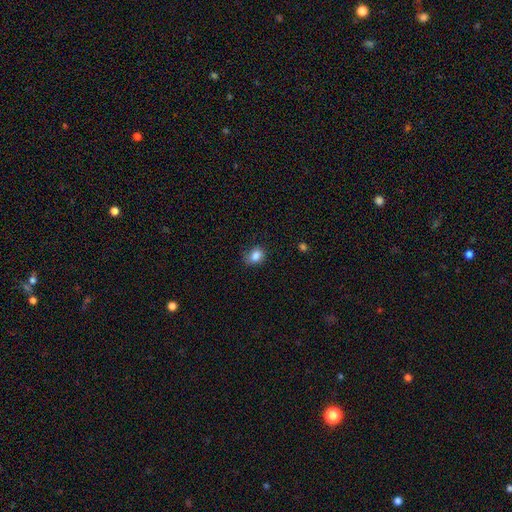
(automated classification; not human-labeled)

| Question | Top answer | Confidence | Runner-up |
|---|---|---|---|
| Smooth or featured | smooth | 85% | star or artifact (9%) |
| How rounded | in between | 58% | round (41%) |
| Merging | none | 67% | minor disturbance (25%) |